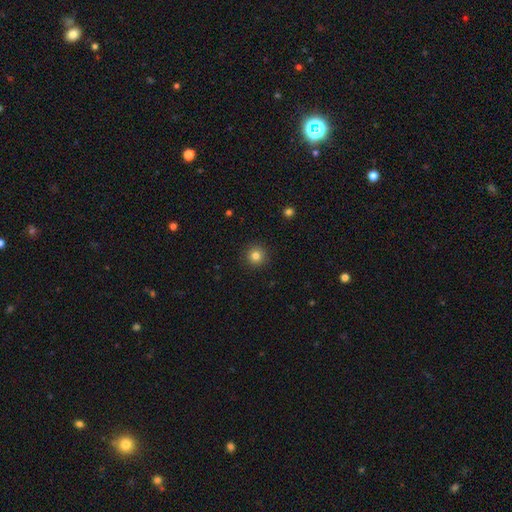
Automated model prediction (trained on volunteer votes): Smooth or featured? smooth (82%)
How rounded? round (95%)
Merging? none (92%)